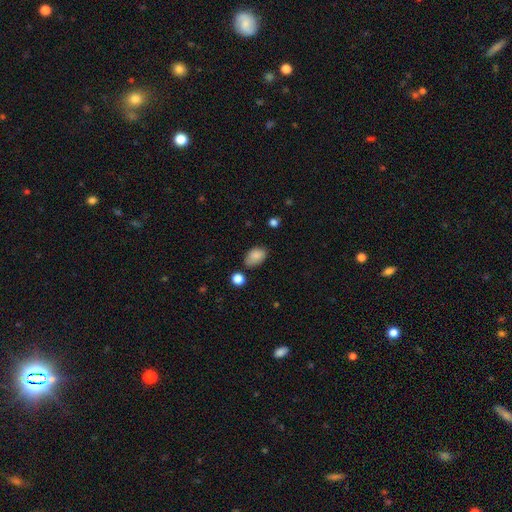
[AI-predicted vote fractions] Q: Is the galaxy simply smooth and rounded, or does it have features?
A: smooth — 86%.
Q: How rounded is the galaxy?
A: in between — 89%.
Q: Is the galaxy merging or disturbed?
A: none — 70%.